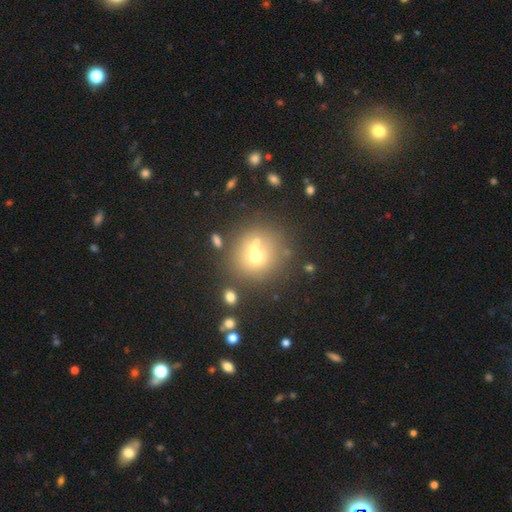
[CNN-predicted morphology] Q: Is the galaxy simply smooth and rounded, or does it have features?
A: smooth — 60%.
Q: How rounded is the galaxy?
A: round — 88%.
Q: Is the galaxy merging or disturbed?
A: none — 60%.